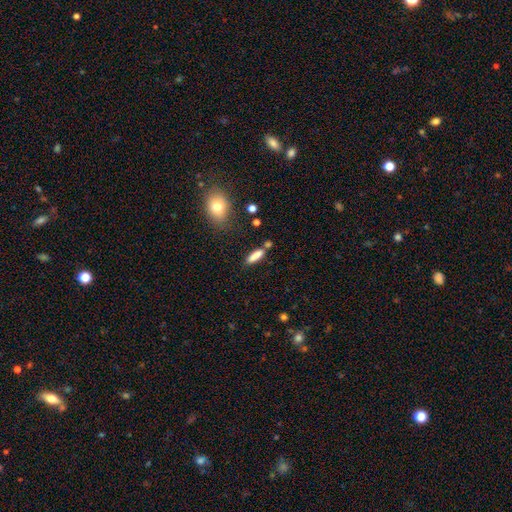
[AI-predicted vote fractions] Smooth or featured? Predicted: smooth (p=0.83). How rounded? Predicted: cigar-shaped (p=0.53). Merging? Predicted: none (p=0.71).